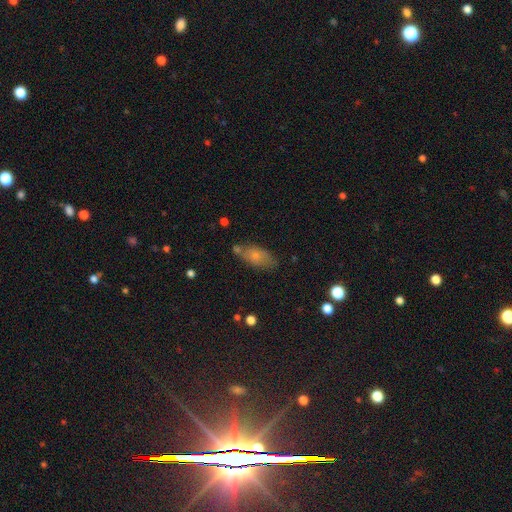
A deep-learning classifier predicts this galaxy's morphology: smooth_or_featured: smooth (p=0.72) [alt: featured or disk p=0.19]
how_rounded: in between (p=0.86) [alt: cigar-shaped p=0.10]
merging: none (p=0.58) [alt: minor disturbance p=0.22]